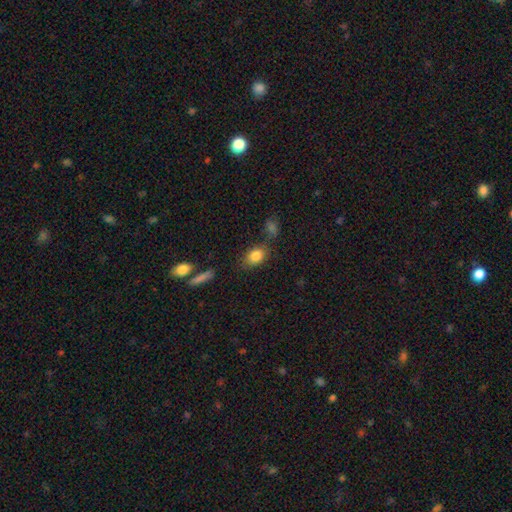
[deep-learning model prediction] Smooth or featured? smooth (84%)
How rounded? in between (75%)
Merging? none (73%)